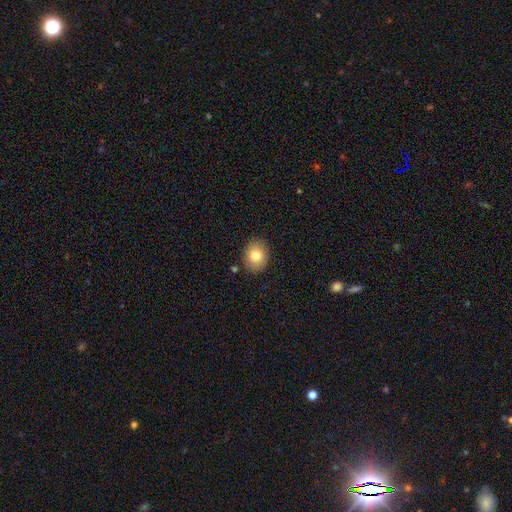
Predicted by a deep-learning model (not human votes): Smooth or featured?
  - smooth: 79% *
  - featured or disk: 12%
  - star or artifact: 8%
How rounded?
  - round: 51% *
  - in between: 48%
  - cigar-shaped: 1%
Merging?
  - none: 87% *
  - minor disturbance: 9%
  - major disturbance: 2%
  - merger: 2%